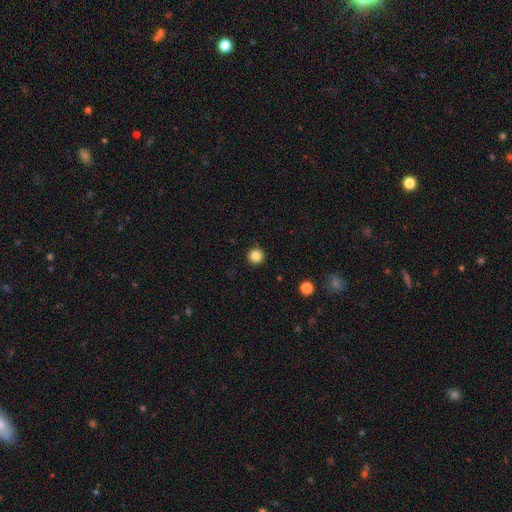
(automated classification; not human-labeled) Smooth or featured? Predicted: smooth (p=0.83). How rounded? Predicted: round (p=0.95). Merging? Predicted: none (p=0.92).